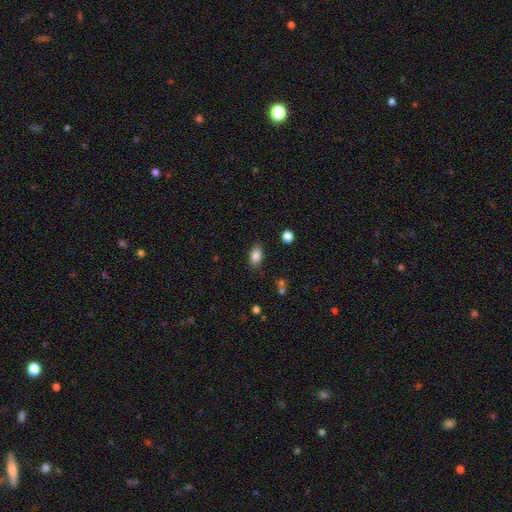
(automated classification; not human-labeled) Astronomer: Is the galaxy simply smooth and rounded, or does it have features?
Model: smooth — 85%.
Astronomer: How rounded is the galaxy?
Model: in between — 88%.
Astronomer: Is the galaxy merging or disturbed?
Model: none — 84%.